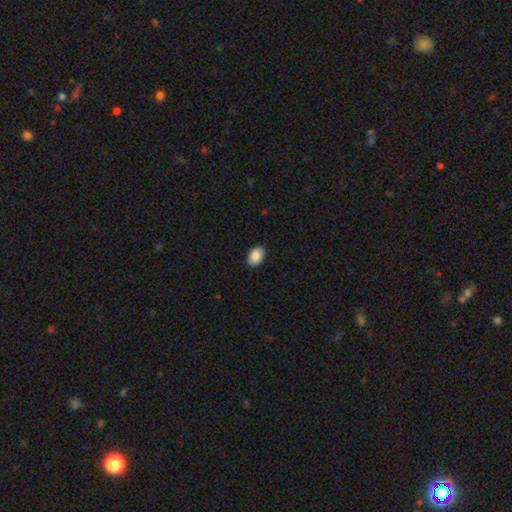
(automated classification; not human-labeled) Smooth or featured: smooth — 89% (star or artifact — 7%)
How rounded: in between — 86% (round — 13%)
Merging: none — 87% (minor disturbance — 10%)